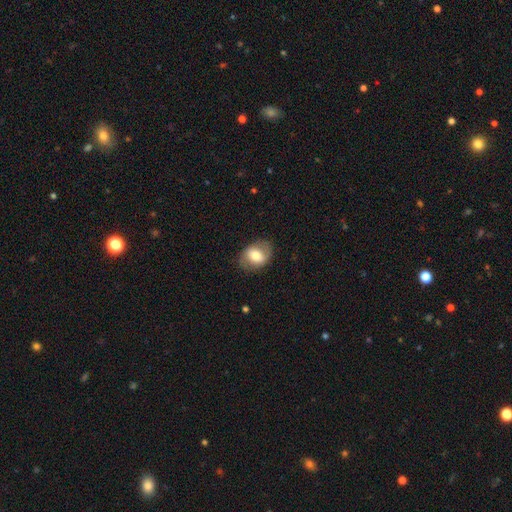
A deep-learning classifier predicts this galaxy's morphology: This appears to be a smooth galaxy with no disk features (61%) that is in between round and cigar-shaped (67%). Merging: none (80%).